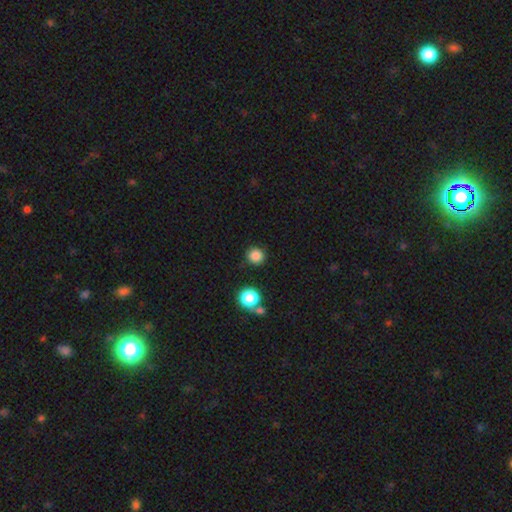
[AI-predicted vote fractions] A smooth galaxy with no disk features (84%) that is round (93%).

Vote fractions:
- Smooth or featured? smooth: 84% / star or artifact: 12% / featured or disk: 4%
- How rounded? round: 93% / in between: 6% / cigar-shaped: 1%
- Merging? none: 87% / minor disturbance: 7% / merger: 3% / major disturbance: 2%